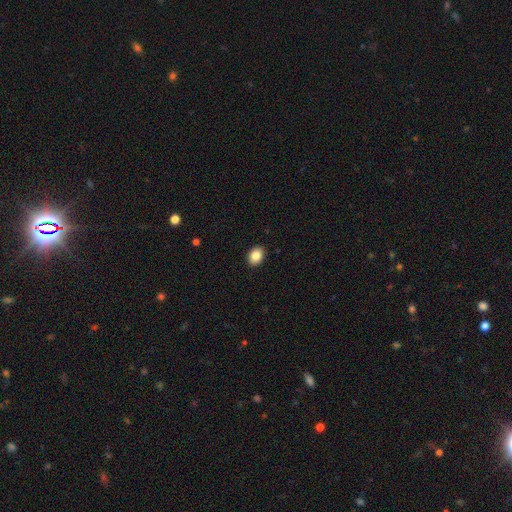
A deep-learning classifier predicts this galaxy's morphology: Smooth or featured?
  - smooth: 87% *
  - star or artifact: 8%
  - featured or disk: 5%
How rounded?
  - in between: 71% *
  - round: 28%
  - cigar-shaped: 1%
Merging?
  - none: 91% *
  - minor disturbance: 7%
  - major disturbance: 2%
  - merger: 1%